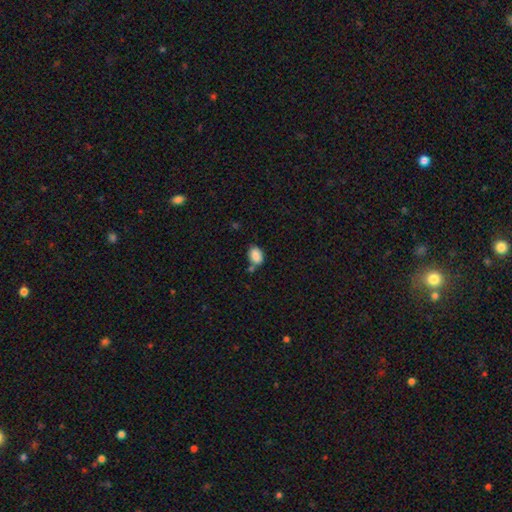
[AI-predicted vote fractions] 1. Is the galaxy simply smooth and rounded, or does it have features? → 84% smooth, 8% star or artifact, 8% featured or disk.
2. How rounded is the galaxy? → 77% in between, 22% round, 1% cigar-shaped.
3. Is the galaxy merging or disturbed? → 58% none, 19% minor disturbance, 18% merger, 5% major disturbance.